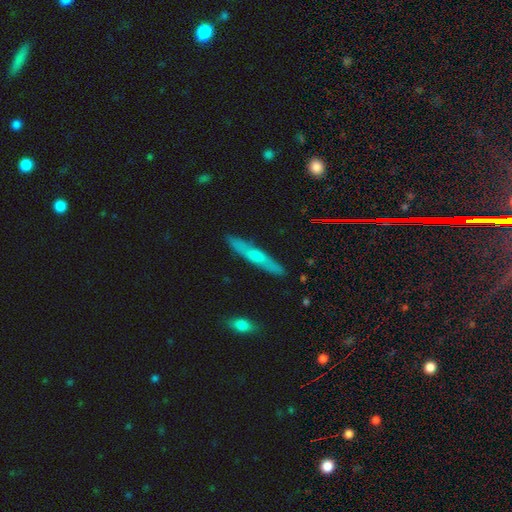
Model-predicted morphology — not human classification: smooth-or-featured: featured or disk: 51% | smooth: 40% | star or artifact: 9%
  disk-edge-on: yes: 84% | no: 16%
  merging: none: 86% | minor disturbance: 10% | major disturbance: 2% | merger: 1%